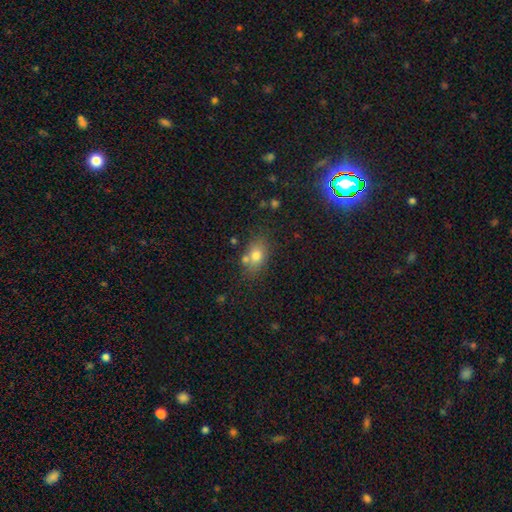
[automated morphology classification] smooth-or-featured: smooth: 75% | featured or disk: 13% | star or artifact: 12%
  how-rounded: in between: 67% | round: 31% | cigar-shaped: 2%
  merging: none: 67% | merger: 15% | minor disturbance: 14% | major disturbance: 4%